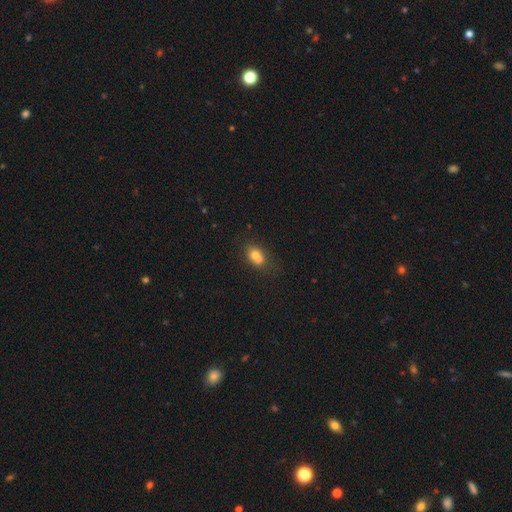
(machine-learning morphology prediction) A smooth galaxy with no disk features (68%) that is in between round and cigar-shaped (55%).

Vote fractions:
- Smooth or featured? smooth: 68% / featured or disk: 21% / star or artifact: 11%
- How rounded? in between: 55% / round: 43% / cigar-shaped: 2%
- Merging? merger: 53% / none: 32% / minor disturbance: 10% / major disturbance: 4%